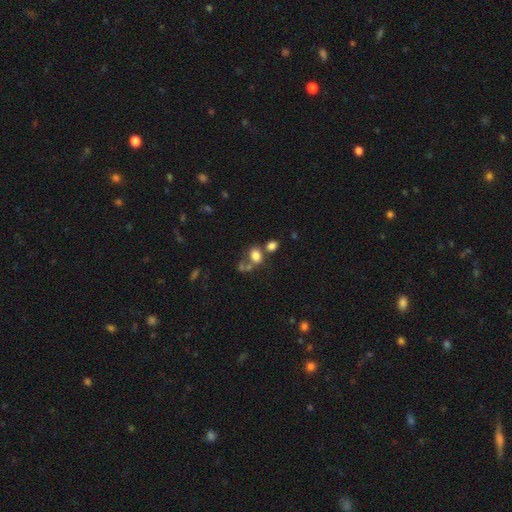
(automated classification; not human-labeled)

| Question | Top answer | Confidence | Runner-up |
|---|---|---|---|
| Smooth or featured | smooth | 77% | star or artifact (13%) |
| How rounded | in between | 61% | round (38%) |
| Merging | none | 45% | merger (34%) |